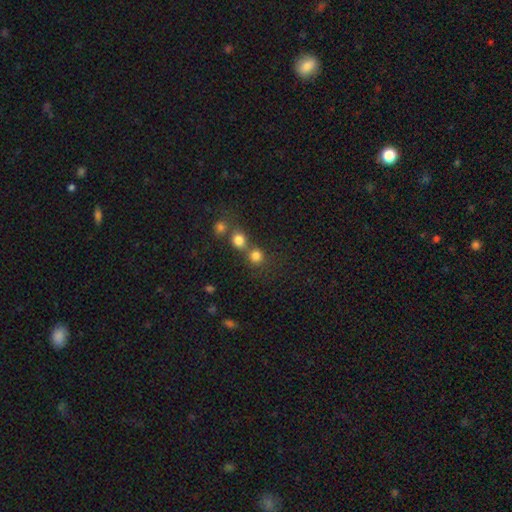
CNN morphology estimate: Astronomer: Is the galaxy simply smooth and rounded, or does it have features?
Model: smooth — 79%.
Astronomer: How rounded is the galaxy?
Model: round — 89%.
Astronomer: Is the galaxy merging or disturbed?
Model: none — 55% (runner-up: merger, 35%).